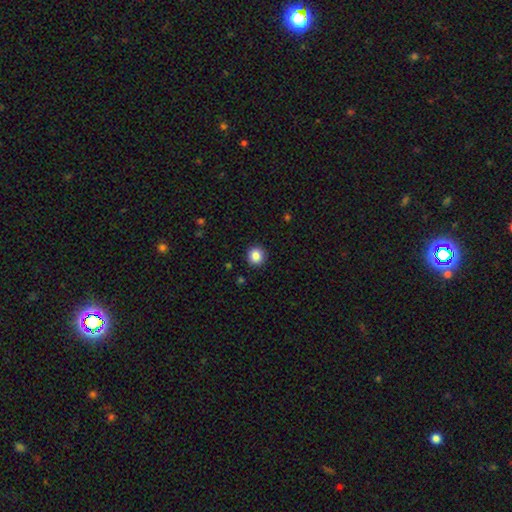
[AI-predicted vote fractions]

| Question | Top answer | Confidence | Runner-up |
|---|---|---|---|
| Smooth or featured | smooth | 86% | star or artifact (10%) |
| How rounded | round | 93% | in between (6%) |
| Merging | none | 93% | minor disturbance (5%) |